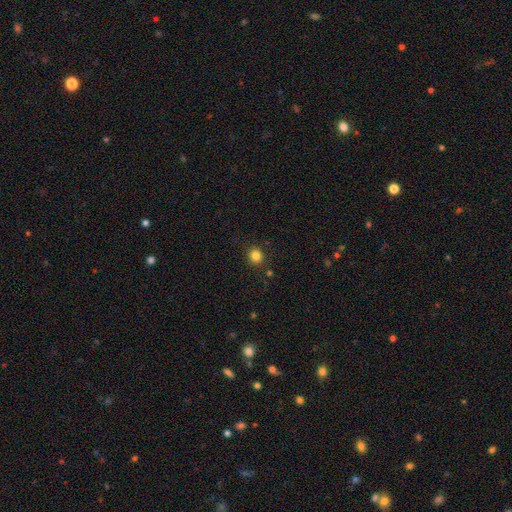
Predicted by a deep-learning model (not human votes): Smooth or featured? Predicted: smooth (p=0.83). How rounded? Predicted: round (p=0.84). Merging? Predicted: none (p=0.89).